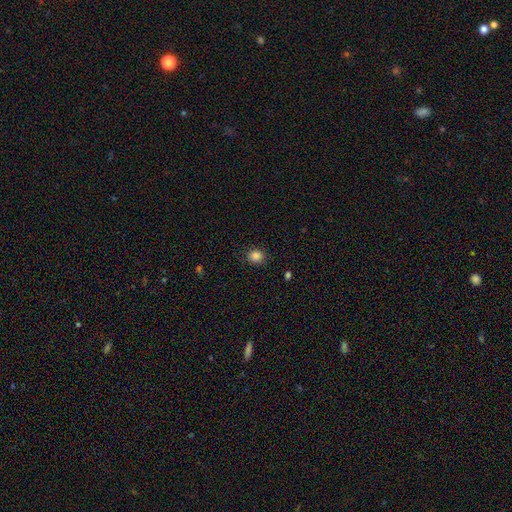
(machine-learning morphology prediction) Smooth or featured?
  - smooth: 86% *
  - star or artifact: 11%
  - featured or disk: 3%
How rounded?
  - round: 72% *
  - in between: 27%
  - cigar-shaped: 1%
Merging?
  - none: 87% *
  - minor disturbance: 9%
  - major disturbance: 3%
  - merger: 1%